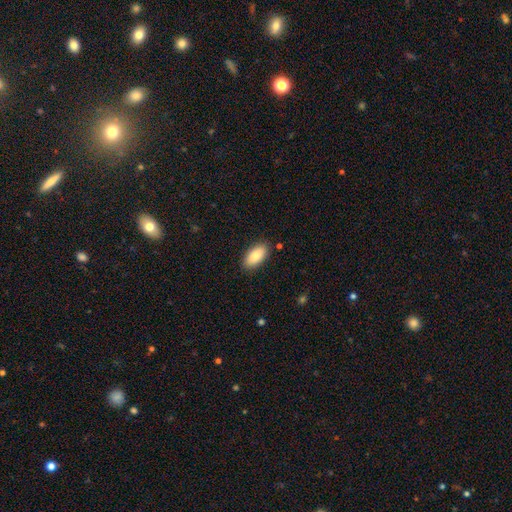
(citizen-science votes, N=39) smooth_or_featured: smooth (p=0.77) [alt: featured or disk p=0.15]
how_rounded: in between (p=1.00)
merging: none (p=0.94) [alt: minor disturbance p=0.06]